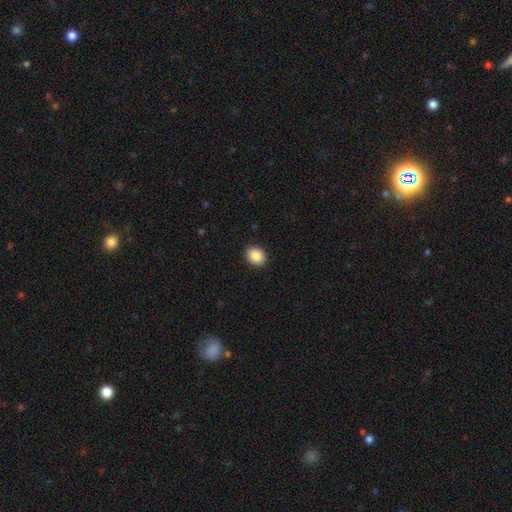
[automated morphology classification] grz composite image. It shows a smooth galaxy with no disk features (89%) that is round (55%). Merging: none (91%).